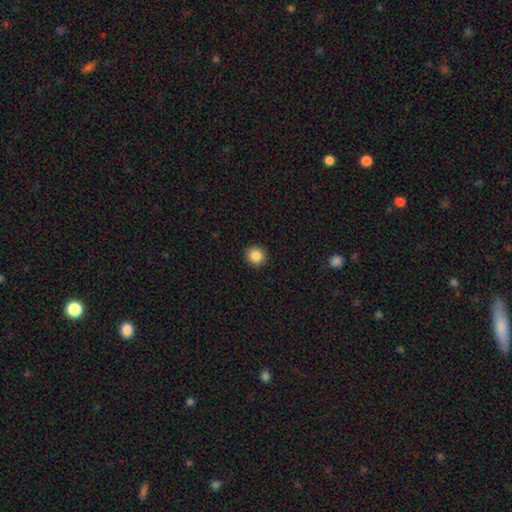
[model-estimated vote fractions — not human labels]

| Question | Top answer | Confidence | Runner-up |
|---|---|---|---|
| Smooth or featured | smooth | 86% | star or artifact (9%) |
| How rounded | round | 91% | in between (8%) |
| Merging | none | 92% | minor disturbance (5%) |